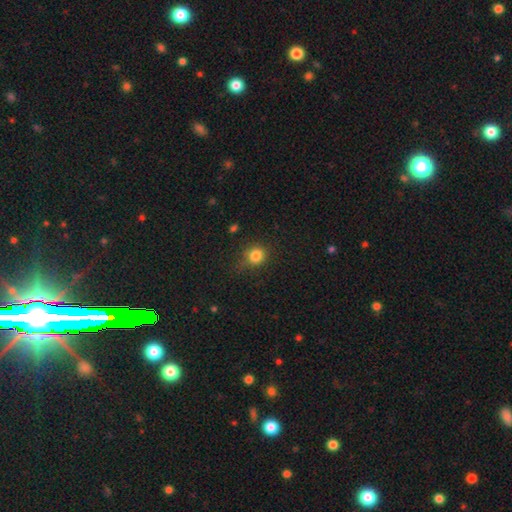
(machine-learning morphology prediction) smooth-or-featured: smooth: 82% | star or artifact: 12% | featured or disk: 5%
  how-rounded: round: 85% | in between: 14% | cigar-shaped: 1%
  merging: none: 74% | minor disturbance: 19% | major disturbance: 5% | merger: 2%